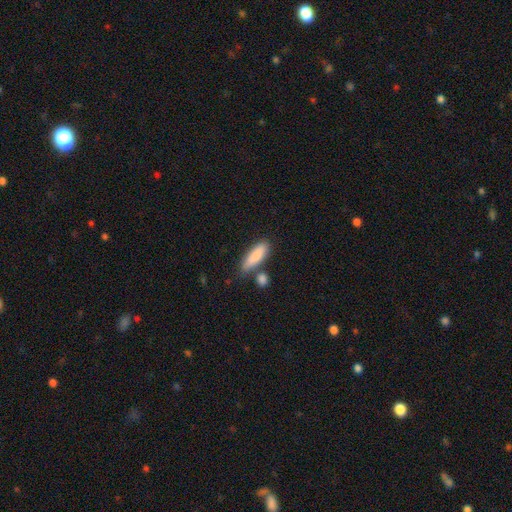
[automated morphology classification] Q: Smooth or featured?
A: smooth (84%); runner-up: featured or disk (10%)
Q: How rounded?
A: in between (51%); runner-up: cigar-shaped (47%)
Q: Merging?
A: none (64%); runner-up: minor disturbance (17%)